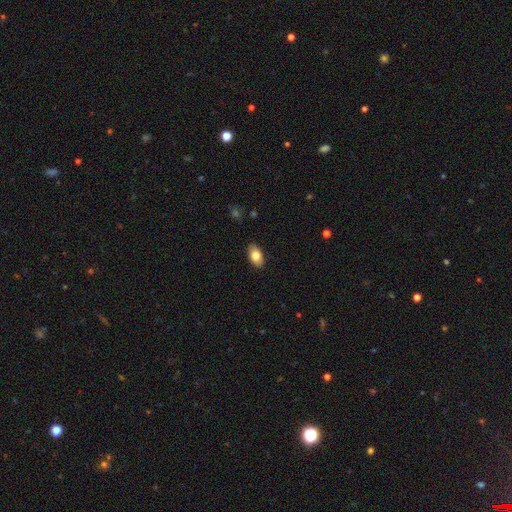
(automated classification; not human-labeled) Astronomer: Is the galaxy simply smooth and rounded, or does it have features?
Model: smooth — 81%.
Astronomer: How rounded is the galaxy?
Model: in between — 91%.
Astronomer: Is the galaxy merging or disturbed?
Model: none — 88%.